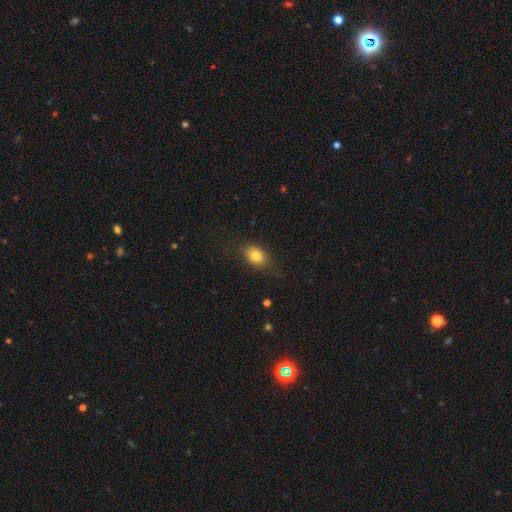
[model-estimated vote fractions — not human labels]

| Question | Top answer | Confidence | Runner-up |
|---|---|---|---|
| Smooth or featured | smooth | 80% | featured or disk (10%) |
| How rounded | in between | 70% | round (28%) |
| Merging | none | 77% | minor disturbance (17%) |